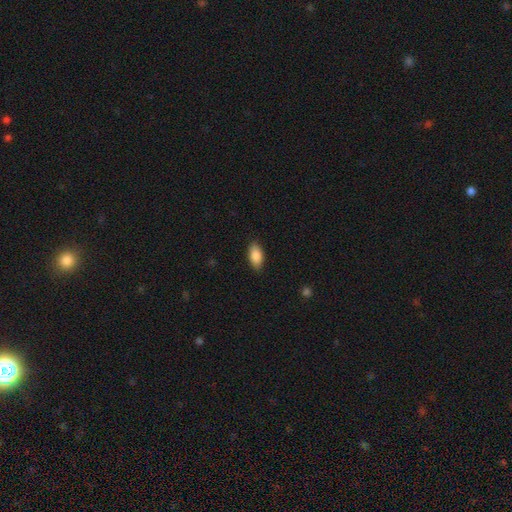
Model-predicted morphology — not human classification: Q: Smooth or featured?
A: smooth (87%); runner-up: featured or disk (7%)
Q: How rounded?
A: in between (91%); runner-up: cigar-shaped (6%)
Q: Merging?
A: none (87%); runner-up: minor disturbance (10%)